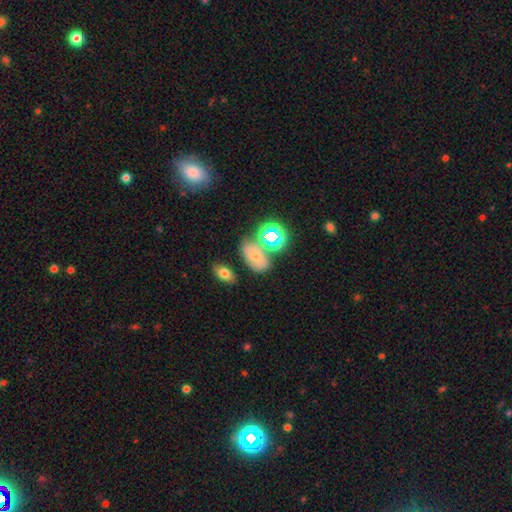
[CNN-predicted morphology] smooth-or-featured: smooth: 55% | star or artifact: 27% | featured or disk: 18%
  how-rounded: in between: 80% | round: 19% | cigar-shaped: 2%
  merging: none: 58% | merger: 18% | minor disturbance: 17% | major disturbance: 7%